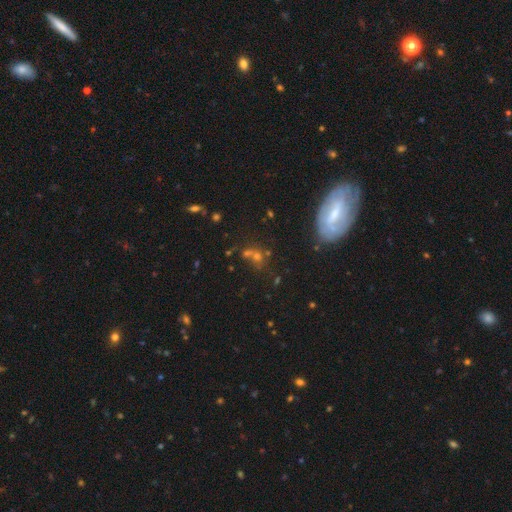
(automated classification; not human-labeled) A smooth galaxy with no disk features (38%).

Vote fractions:
- Smooth or featured? smooth: 38% / star or artifact: 32% / featured or disk: 31%
- Merging? none: 57% / merger: 18% / minor disturbance: 15% / major disturbance: 10%